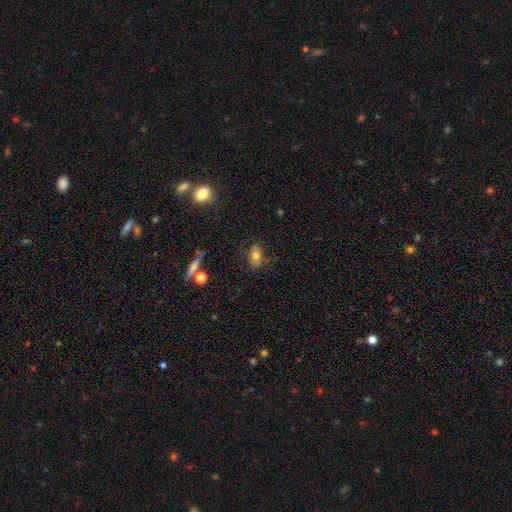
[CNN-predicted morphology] Q: Smooth or featured?
A: smooth (71%); runner-up: featured or disk (19%)
Q: How rounded?
A: in between (86%); runner-up: round (11%)
Q: Merging?
A: none (78%); runner-up: minor disturbance (15%)